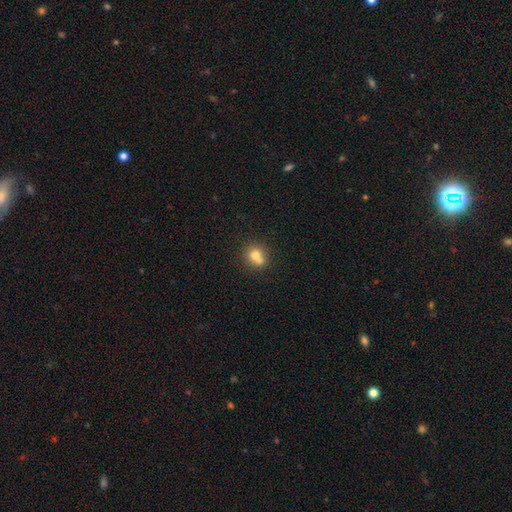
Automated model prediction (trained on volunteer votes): Smooth or featured? Predicted: smooth (p=0.73). How rounded? Predicted: round (p=0.80). Merging? Predicted: none (p=0.45).